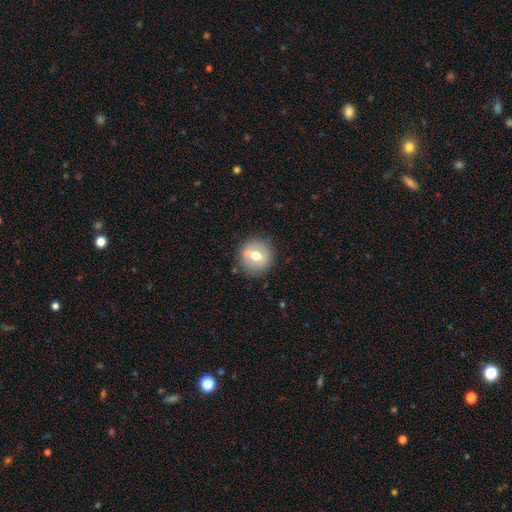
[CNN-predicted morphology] Smooth or featured: smooth — 57% (featured or disk — 34%)
How rounded: round — 89% (in between — 10%)
Merging: none — 79% (minor disturbance — 11%)